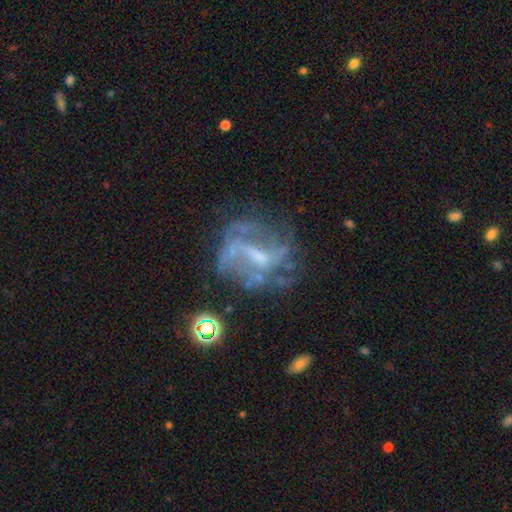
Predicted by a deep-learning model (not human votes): This appears to be a featured or disk galaxy (77%) with a weak bar (48%), medium (41%) spiral arms (75%) and a small central bulge (38%). Merging: none (53%).